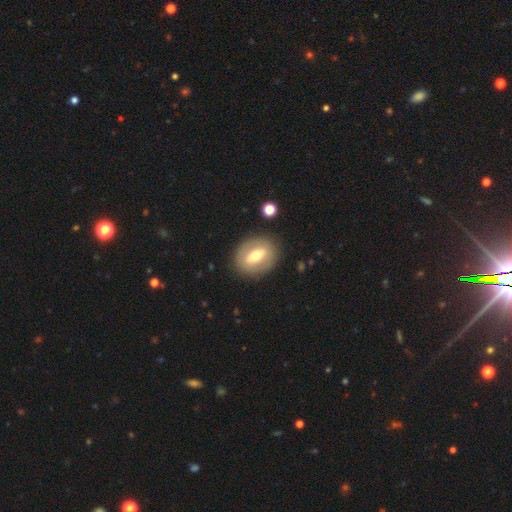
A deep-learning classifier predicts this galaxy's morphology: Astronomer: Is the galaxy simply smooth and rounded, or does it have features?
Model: smooth — 49% (runner-up: featured or disk, 44%).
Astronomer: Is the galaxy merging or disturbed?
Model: none — 85%.